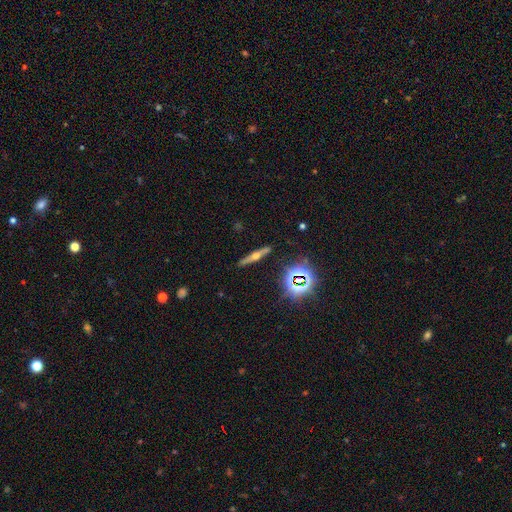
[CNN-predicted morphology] Smooth or featured?
  - featured or disk: 59% *
  - smooth: 24%
  - star or artifact: 16%
Edge-on disk?
  - yes: 94% *
  - no: 6%
Edge-on bulge?
  - rounded: 93% *
  - boxy: 4%
  - none: 3%
Merging?
  - none: 88% *
  - minor disturbance: 8%
  - major disturbance: 2%
  - merger: 2%